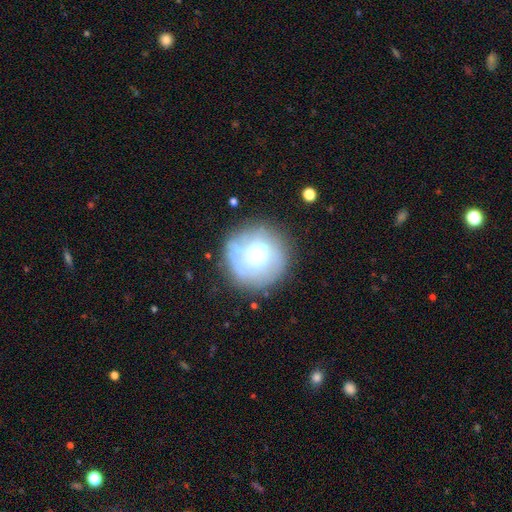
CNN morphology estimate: Smooth or featured?
  - smooth: 52% *
  - featured or disk: 37%
  - star or artifact: 11%
How rounded?
  - round: 93% *
  - in between: 6%
  - cigar-shaped: 1%
Merging?
  - none: 71% *
  - minor disturbance: 16%
  - major disturbance: 9%
  - merger: 4%